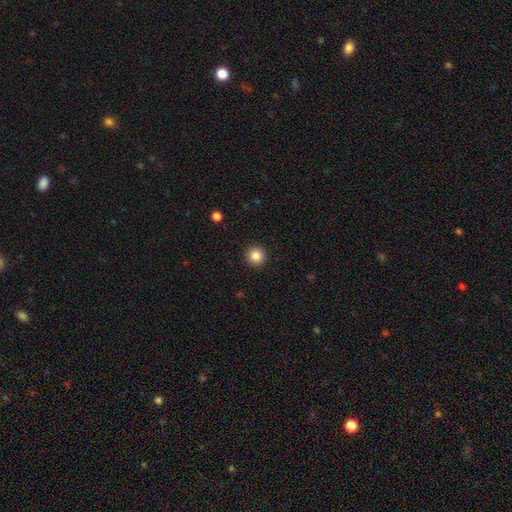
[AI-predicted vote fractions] smooth-or-featured: smooth: 86% | star or artifact: 10% | featured or disk: 4%
  how-rounded: round: 95% | in between: 4% | cigar-shaped: 1%
  merging: none: 92% | minor disturbance: 5% | major disturbance: 2% | merger: 1%